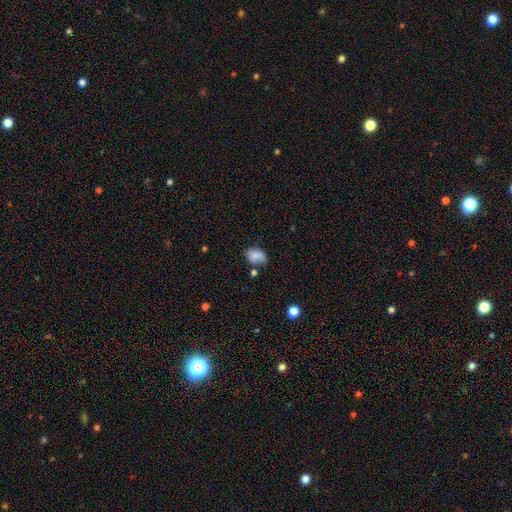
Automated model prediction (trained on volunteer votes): Smooth or featured? smooth (79%)
How rounded? in between (75%)
Merging? none (53%)